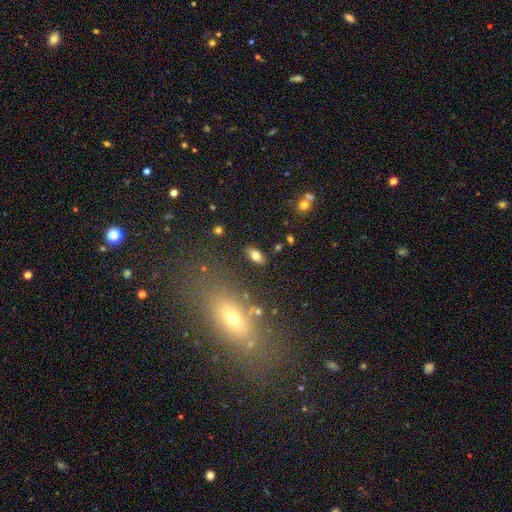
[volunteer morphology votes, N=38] This appears to be a smooth galaxy with no disk features (74%) that is in between round and cigar-shaped (86%). Merging: none (80%).